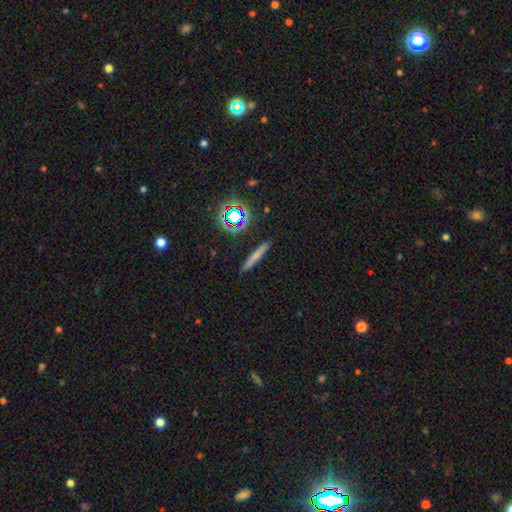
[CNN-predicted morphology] smooth 61%, featured or disk 24%, star or artifact 15%. Down the decision tree: how rounded — cigar-shaped (91%); merging — none (88%).